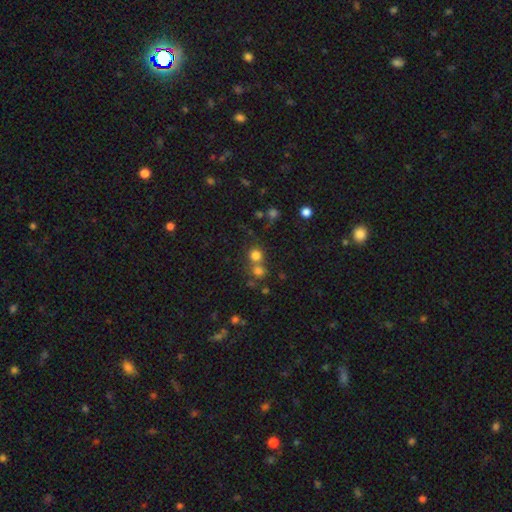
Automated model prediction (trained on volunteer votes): A smooth galaxy with no disk features (75%) that is round (89%).

Vote fractions:
- Smooth or featured? smooth: 75% / star or artifact: 17% / featured or disk: 8%
- How rounded? round: 89% / in between: 10% / cigar-shaped: 1%
- Merging? none: 56% / merger: 35% / minor disturbance: 6% / major disturbance: 3%